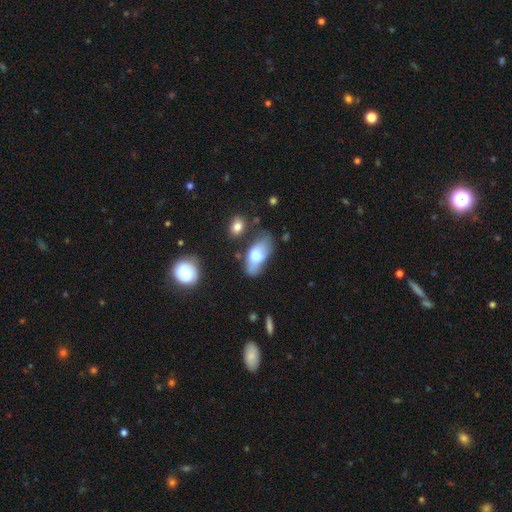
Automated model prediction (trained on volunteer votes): A smooth galaxy with no disk features (65%) that is in between round and cigar-shaped (90%). Merging: none (51%).